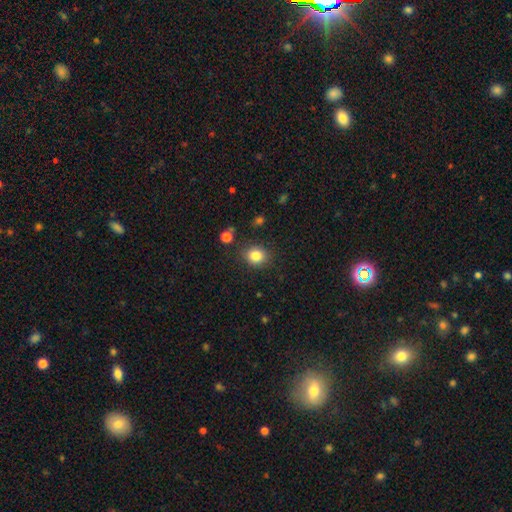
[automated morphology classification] smooth 83%, star or artifact 11%, featured or disk 6%. Down the decision tree: how rounded — round (68%); merging — none (83%).